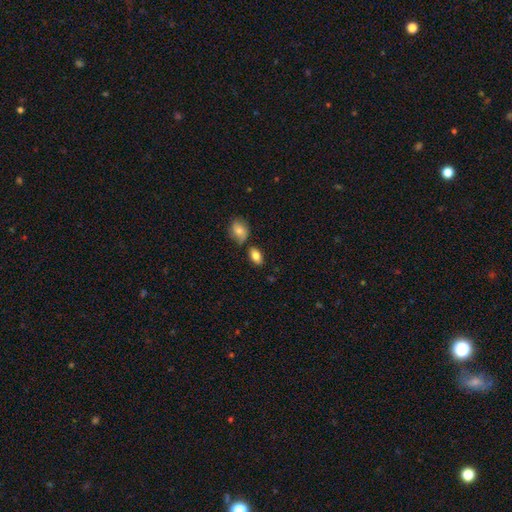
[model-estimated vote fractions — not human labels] Q: Smooth or featured?
A: smooth (83%); runner-up: featured or disk (9%)
Q: How rounded?
A: in between (89%); runner-up: round (7%)
Q: Merging?
A: none (75%); runner-up: minor disturbance (13%)